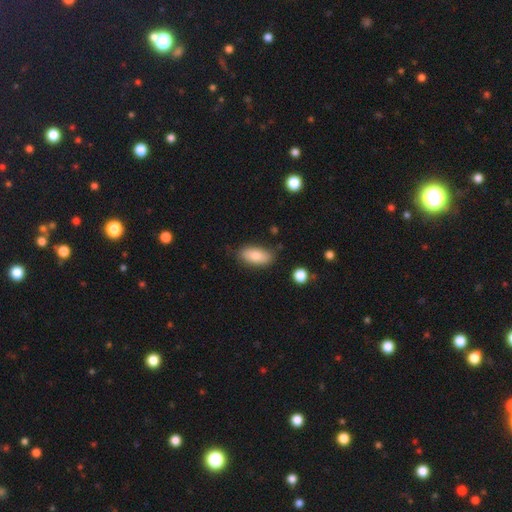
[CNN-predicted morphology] Q: Smooth or featured?
A: smooth (82%); runner-up: featured or disk (11%)
Q: How rounded?
A: in between (90%); runner-up: cigar-shaped (7%)
Q: Merging?
A: none (78%); runner-up: minor disturbance (16%)